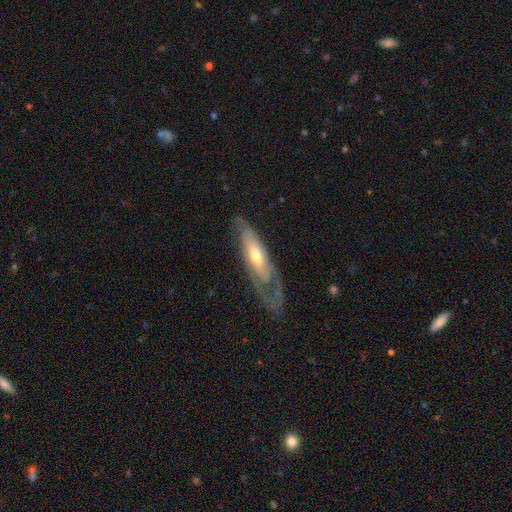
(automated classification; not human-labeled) Morphology: type=featured or disk (70%); edge-on=no (71%); merging=none (50%).